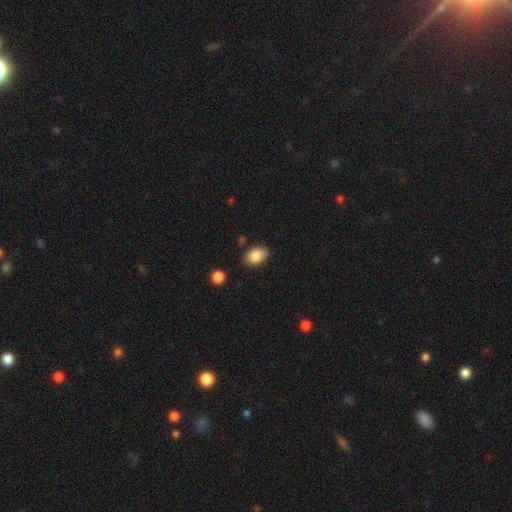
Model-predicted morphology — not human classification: A smooth galaxy with no disk features (85%) that is in between round and cigar-shaped (87%).

Vote fractions:
- Smooth or featured? smooth: 85% / featured or disk: 8% / star or artifact: 7%
- How rounded? in between: 87% / round: 11% / cigar-shaped: 1%
- Merging? none: 83% / minor disturbance: 12% / merger: 2% / major disturbance: 2%